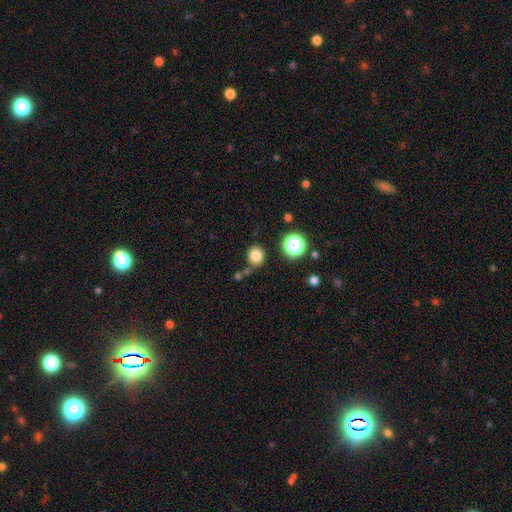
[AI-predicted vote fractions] Smooth or featured: smooth — 80% (star or artifact — 14%)
How rounded: round — 72% (in between — 27%)
Merging: none — 74% (minor disturbance — 14%)